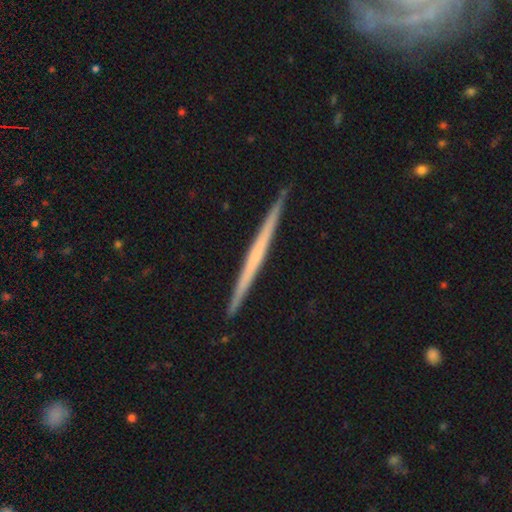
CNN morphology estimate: smooth_or_featured: featured or disk (p=0.63) [alt: smooth p=0.32]
disk_edge_on: yes (p=0.98) [alt: no p=0.02]
edge_on_bulge: none (p=0.86) [alt: rounded p=0.10]
merging: none (p=0.92) [alt: minor disturbance p=0.06]